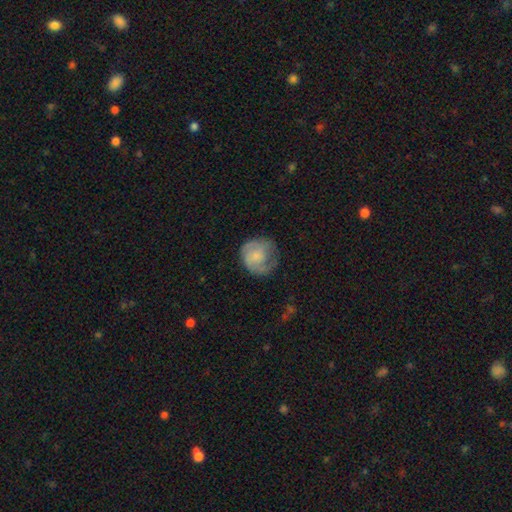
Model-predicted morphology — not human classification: Smooth or featured? smooth (50%)
How rounded? round (82%)
Merging? none (53%)